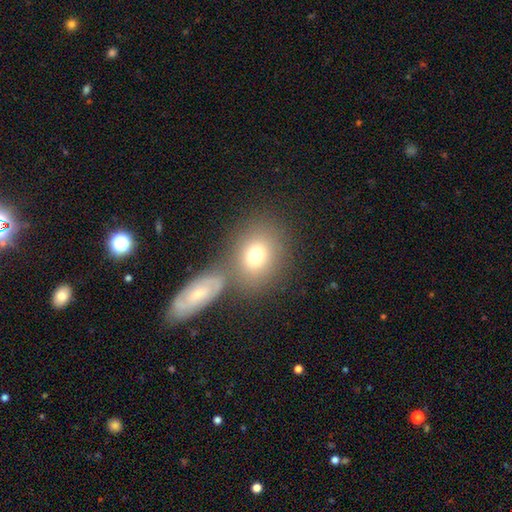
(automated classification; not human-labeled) smooth_or_featured: smooth (p=0.74) [alt: featured or disk p=0.17]
how_rounded: round (p=0.51) [alt: in between p=0.47]
merging: none (p=0.58) [alt: merger p=0.25]